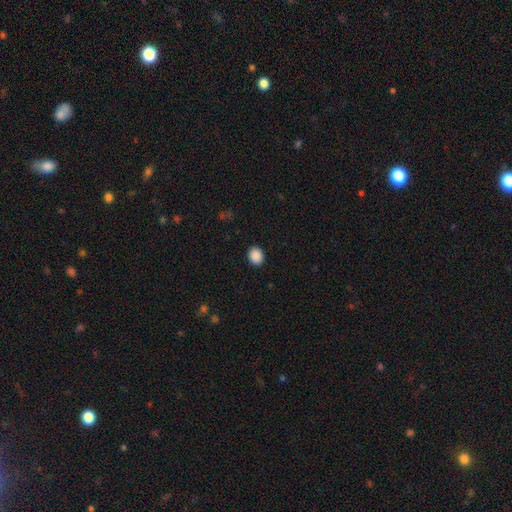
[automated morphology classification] Smooth or featured?
  - smooth: 90% *
  - star or artifact: 8%
  - featured or disk: 2%
How rounded?
  - round: 51% *
  - in between: 48%
  - cigar-shaped: 1%
Merging?
  - none: 91% *
  - minor disturbance: 6%
  - major disturbance: 2%
  - merger: 1%